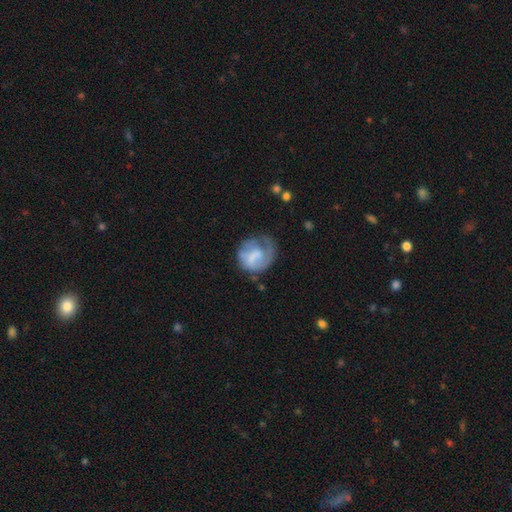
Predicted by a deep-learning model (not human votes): Smooth or featured: smooth — 48% (featured or disk — 45%)
Merging: none — 38% (major disturbance — 34%)